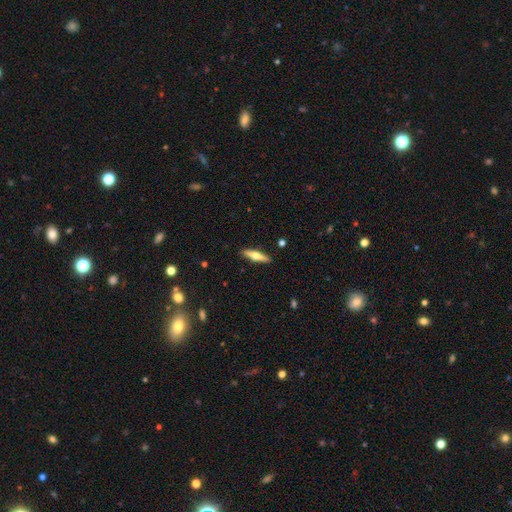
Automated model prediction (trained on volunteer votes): The model was most divided on "smooth or featured": featured or disk: 53%, smooth: 42%, star or artifact: 6%. More confident: edge-on disk — yes (95%); merging — none (90%).